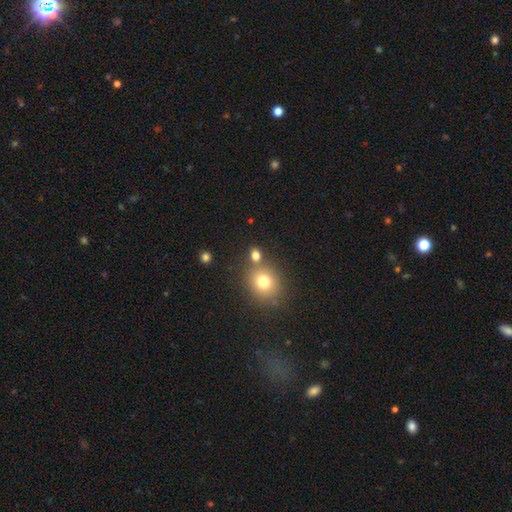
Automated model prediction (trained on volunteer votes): smooth-or-featured: smooth: 78% | star or artifact: 15% | featured or disk: 8%
  how-rounded: round: 67% | in between: 32% | cigar-shaped: 2%
  merging: none: 68% | merger: 19% | minor disturbance: 9% | major disturbance: 4%